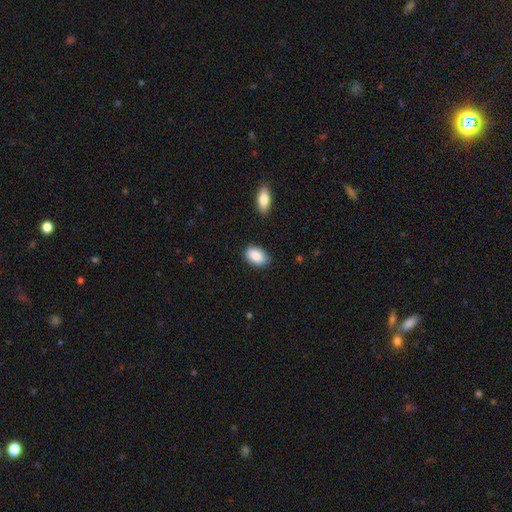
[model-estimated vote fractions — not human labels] smooth-or-featured: smooth: 88% | star or artifact: 7% | featured or disk: 5%
  how-rounded: in between: 89% | round: 9% | cigar-shaped: 1%
  merging: none: 81% | minor disturbance: 14% | major disturbance: 3% | merger: 2%